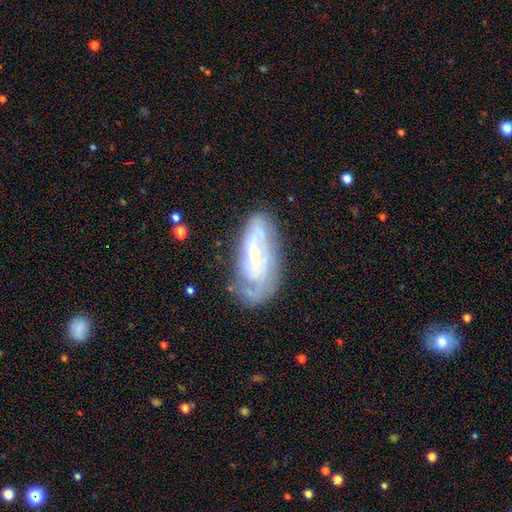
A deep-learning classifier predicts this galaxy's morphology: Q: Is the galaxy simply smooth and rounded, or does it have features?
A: featured or disk — 69%.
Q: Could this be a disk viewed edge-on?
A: no — 90%.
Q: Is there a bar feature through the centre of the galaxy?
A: no — 54%.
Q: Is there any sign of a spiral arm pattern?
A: yes — 78%.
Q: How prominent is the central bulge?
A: small — 71%.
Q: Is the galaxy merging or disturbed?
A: none — 62%.